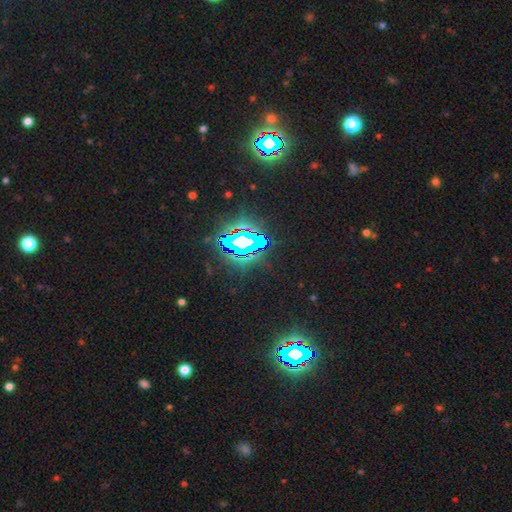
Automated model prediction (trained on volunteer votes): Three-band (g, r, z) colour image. It shows a star or artifact, not a galaxy (82%).